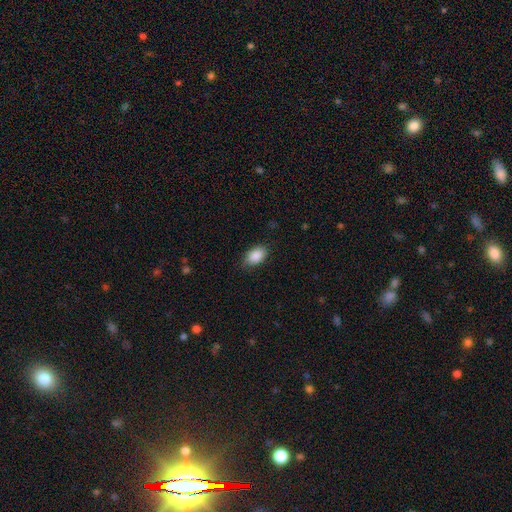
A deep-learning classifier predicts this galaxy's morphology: type=smooth (89%); roundness=in between (90%); merging=none (82%).